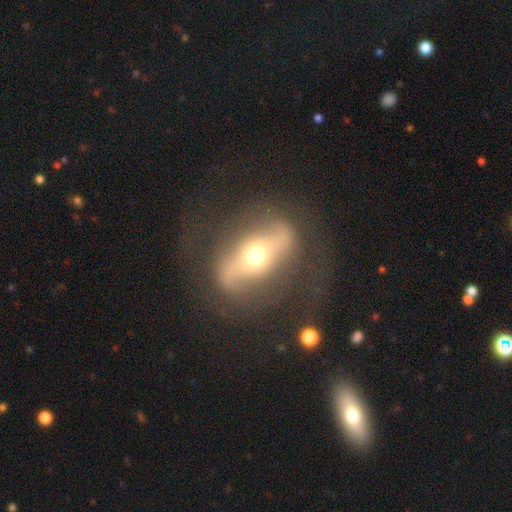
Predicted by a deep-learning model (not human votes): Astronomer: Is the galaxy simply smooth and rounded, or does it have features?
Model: featured or disk — 76%.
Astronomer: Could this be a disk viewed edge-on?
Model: no — 85%.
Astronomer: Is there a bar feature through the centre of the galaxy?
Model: strong — 61%.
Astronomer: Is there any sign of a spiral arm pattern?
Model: yes — 57% (runner-up: no, 43%).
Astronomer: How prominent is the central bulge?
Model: moderate — 57% (runner-up: small, 33%).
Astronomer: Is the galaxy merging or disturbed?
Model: none — 69%.